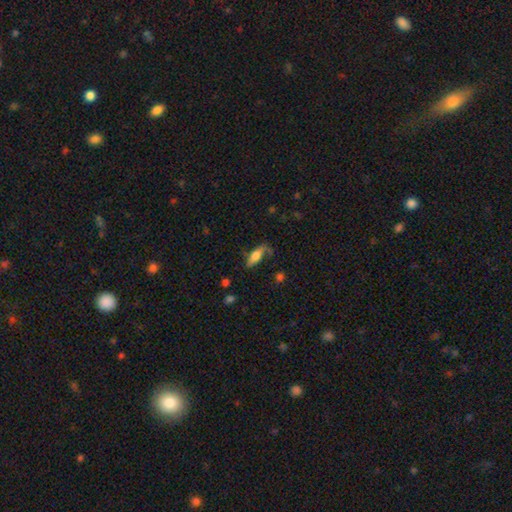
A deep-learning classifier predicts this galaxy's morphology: Smooth or featured?
  - smooth: 53% *
  - featured or disk: 39%
  - star or artifact: 8%
How rounded?
  - in between: 56% *
  - cigar-shaped: 41%
  - round: 3%
Merging?
  - none: 57% *
  - minor disturbance: 26%
  - major disturbance: 14%
  - merger: 4%